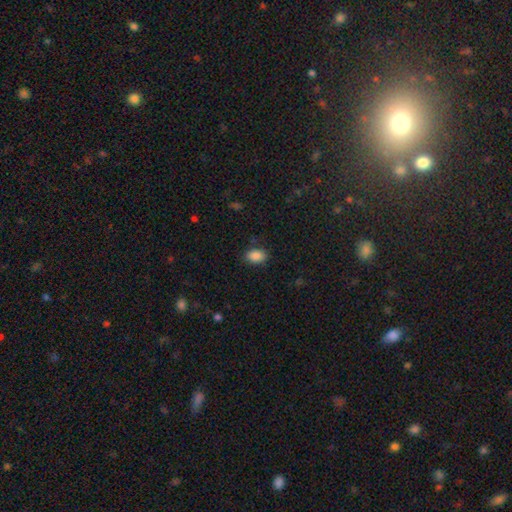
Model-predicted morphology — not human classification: This is clearly a smooth galaxy (88%). How rounded: clearly in between (83%). Merging: clearly none (84%).